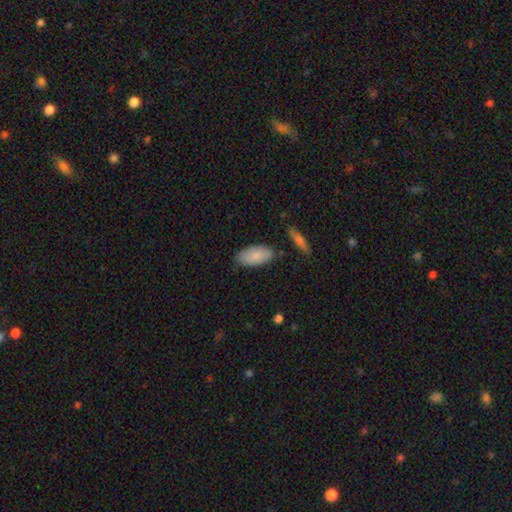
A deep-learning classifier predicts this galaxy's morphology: smooth 84%, featured or disk 10%, star or artifact 6%. Down the decision tree: how rounded — in between (93%); merging — none (81%).